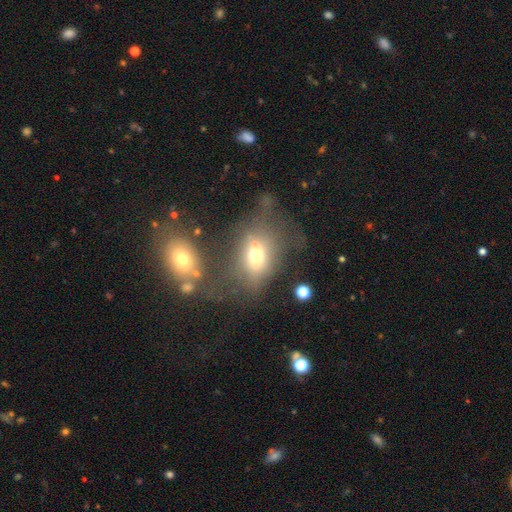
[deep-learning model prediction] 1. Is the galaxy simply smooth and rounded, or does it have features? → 60% smooth, 23% featured or disk, 17% star or artifact.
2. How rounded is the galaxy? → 63% in between, 35% round, 2% cigar-shaped.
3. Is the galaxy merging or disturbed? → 32% none, 26% merger, 24% major disturbance, 18% minor disturbance.